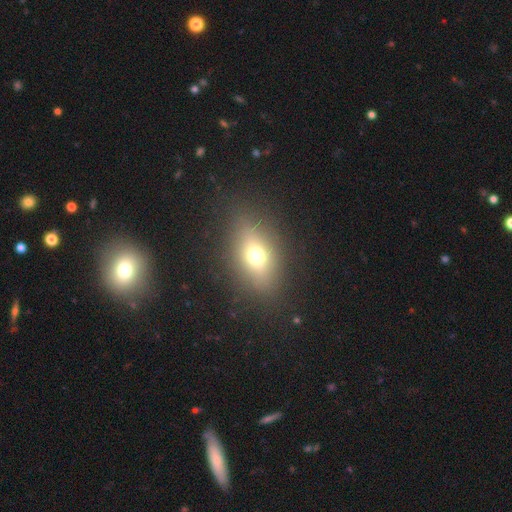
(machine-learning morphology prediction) A smooth galaxy with no disk features (66%) that is in between round and cigar-shaped (71%).

Vote fractions:
- Smooth or featured? smooth: 66% / featured or disk: 19% / star or artifact: 15%
- How rounded? in between: 71% / round: 24% / cigar-shaped: 5%
- Merging? none: 83% / minor disturbance: 10% / major disturbance: 5% / merger: 1%